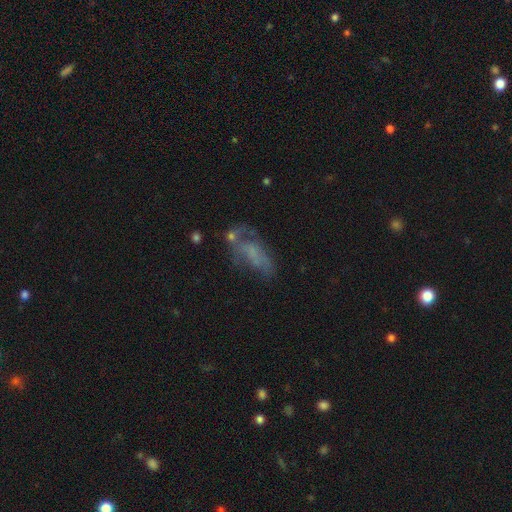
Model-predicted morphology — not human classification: A featured or disk galaxy (49%). Merging: none (34%).